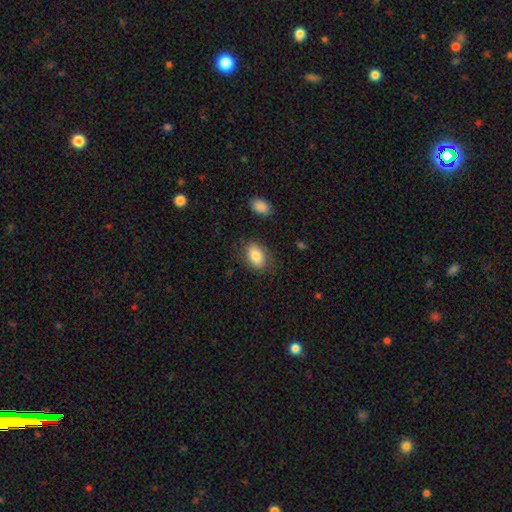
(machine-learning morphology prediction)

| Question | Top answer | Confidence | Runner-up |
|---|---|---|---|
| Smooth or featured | smooth | 84% | featured or disk (9%) |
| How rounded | in between | 89% | round (9%) |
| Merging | none | 79% | minor disturbance (15%) |